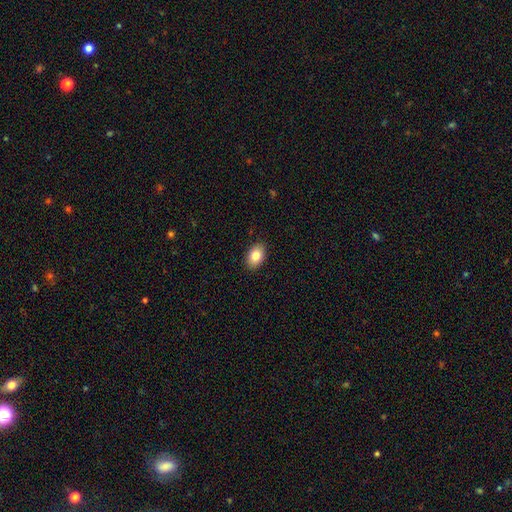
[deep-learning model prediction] This is clearly a smooth galaxy (83%). How rounded: clearly in between (86%). Merging: clearly none (89%).